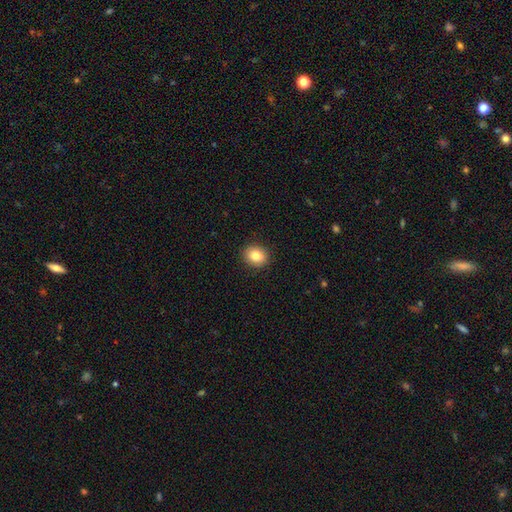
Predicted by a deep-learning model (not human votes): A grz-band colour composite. It shows a smooth galaxy with no disk features (83%) that is round (68%). Merging: none (91%).